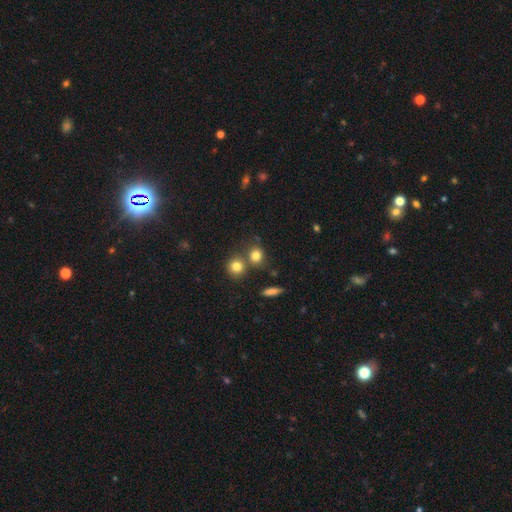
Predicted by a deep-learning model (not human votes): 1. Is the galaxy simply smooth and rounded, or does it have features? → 80% smooth, 12% star or artifact, 8% featured or disk.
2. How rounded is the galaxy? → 78% round, 20% in between, 2% cigar-shaped.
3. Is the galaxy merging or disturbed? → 60% none, 27% merger, 9% minor disturbance, 3% major disturbance.